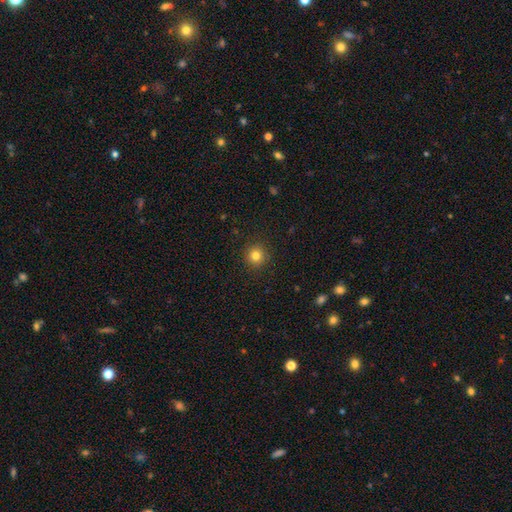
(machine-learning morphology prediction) smooth_or_featured: smooth (p=0.81) [alt: star or artifact p=0.13]
how_rounded: round (p=0.95) [alt: in between p=0.04]
merging: none (p=0.91) [alt: minor disturbance p=0.05]